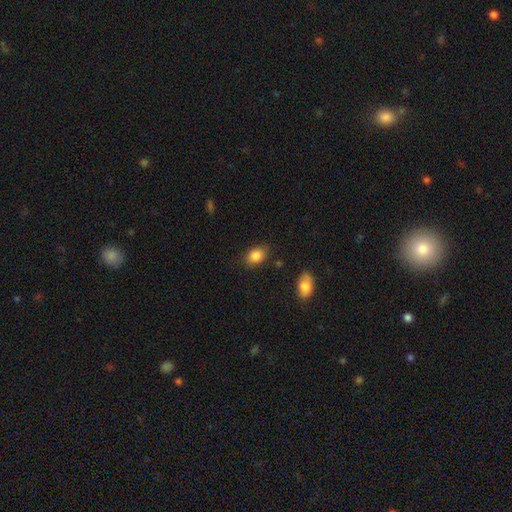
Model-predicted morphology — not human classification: smooth 87%, star or artifact 8%, featured or disk 5%. Down the decision tree: how rounded — in between (74%); merging — none (80%).